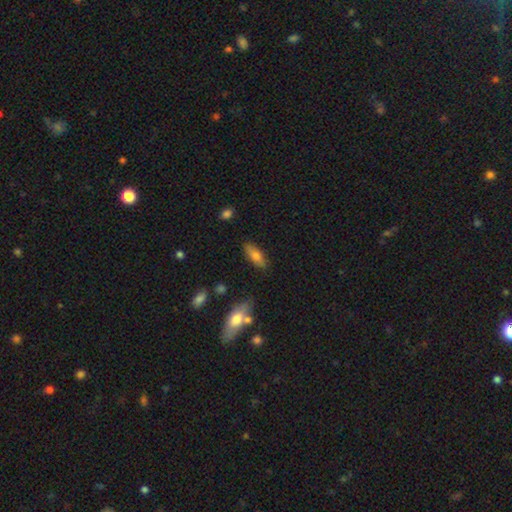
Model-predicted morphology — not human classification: A smooth galaxy with no disk features (70%) that is in between round and cigar-shaped (66%).

Vote fractions:
- Smooth or featured? smooth: 70% / featured or disk: 23% / star or artifact: 7%
- How rounded? in between: 66% / cigar-shaped: 31% / round: 3%
- Merging? none: 81% / minor disturbance: 13% / major disturbance: 3% / merger: 3%